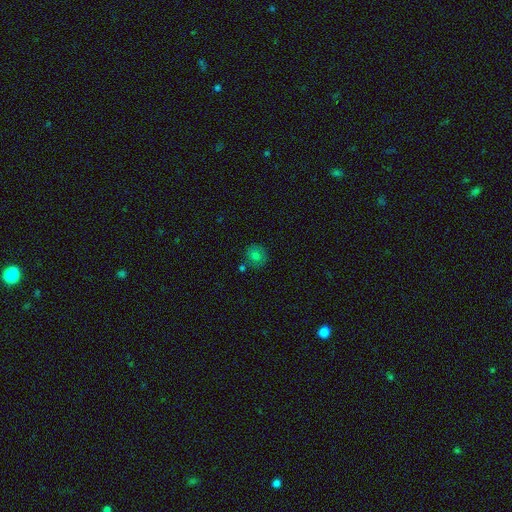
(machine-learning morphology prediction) smooth_or_featured: smooth (p=0.75) [alt: featured or disk p=0.13]
how_rounded: round (p=0.86) [alt: in between p=0.13]
merging: none (p=0.76) [alt: minor disturbance p=0.13]